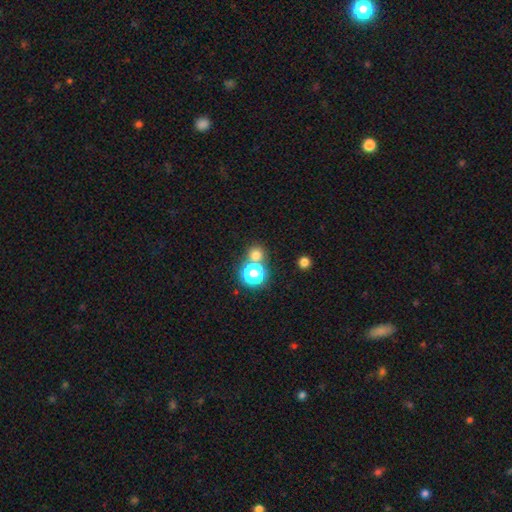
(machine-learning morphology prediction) Smooth or featured: smooth — 69% (star or artifact — 24%)
How rounded: round — 90% (in between — 9%)
Merging: none — 67% (merger — 24%)